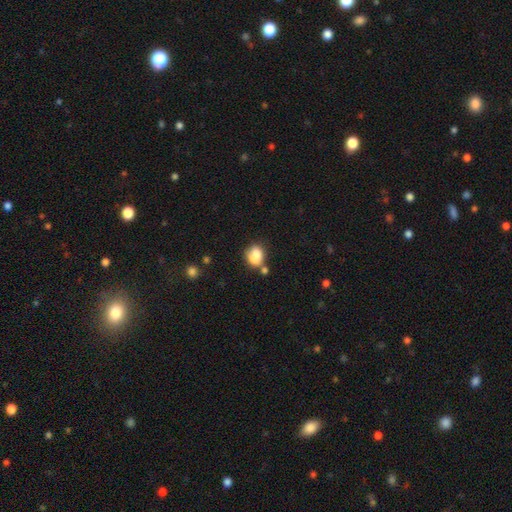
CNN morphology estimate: Smooth or featured: smooth — 77% (featured or disk — 13%)
How rounded: round — 56% (in between — 43%)
Merging: none — 41% (merger — 27%)